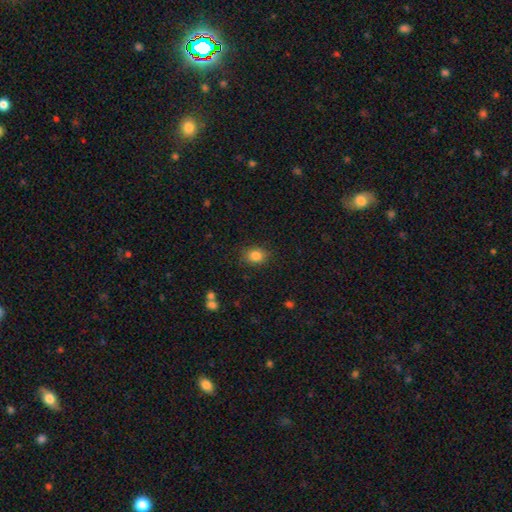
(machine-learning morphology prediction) Overall: smooth (85%). How rounded: round (51%; in between 48%). Merging: none (85%).